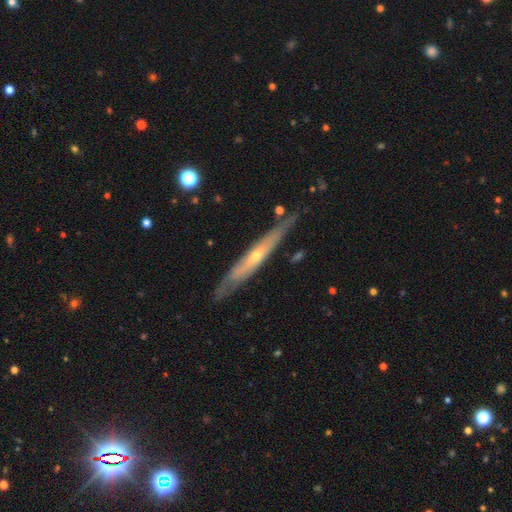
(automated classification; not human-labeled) smooth_or_featured: featured or disk (p=0.71) [alt: smooth p=0.23]
disk_edge_on: yes (p=0.85) [alt: no p=0.15]
edge_on_bulge: rounded (p=0.65) [alt: none p=0.33]
merging: none (p=0.81) [alt: minor disturbance p=0.14]